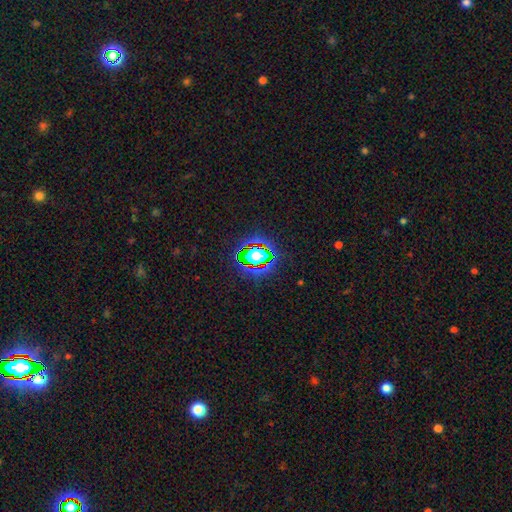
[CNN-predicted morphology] star or artifact 61%, smooth 25%, featured or disk 13%.